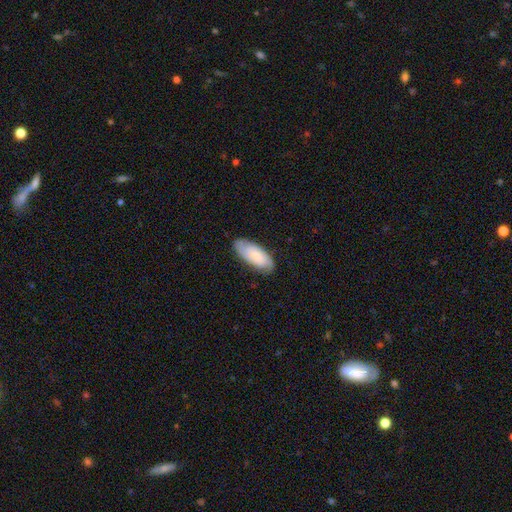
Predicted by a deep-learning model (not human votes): Smooth or featured: smooth — 70% (featured or disk — 24%)
How rounded: in between — 82% (cigar-shaped — 16%)
Merging: none — 79% (minor disturbance — 16%)